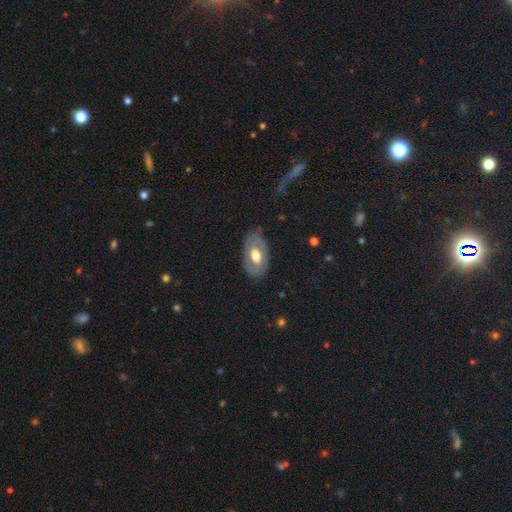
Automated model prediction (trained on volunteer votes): smooth-or-featured: featured or disk: 56% | smooth: 39% | star or artifact: 6%
  disk-edge-on: no: 90% | yes: 10%
    bar: no: 66% | weak: 26% | strong: 8%
    has-spiral-arms: no: 64% | yes: 36%
    bulge-size: moderate: 61% | large: 31% | small: 5% | dominant: 2% | none: 1%
  merging: none: 78% | minor disturbance: 16% | major disturbance: 5% | merger: 1%